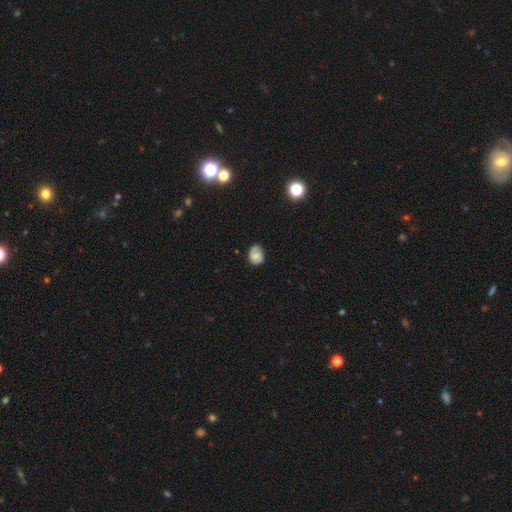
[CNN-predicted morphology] smooth-or-featured: smooth: 67% | featured or disk: 23% | star or artifact: 10%
  how-rounded: round: 54% | in between: 45% | cigar-shaped: 1%
  merging: none: 68% | minor disturbance: 25% | major disturbance: 5% | merger: 2%